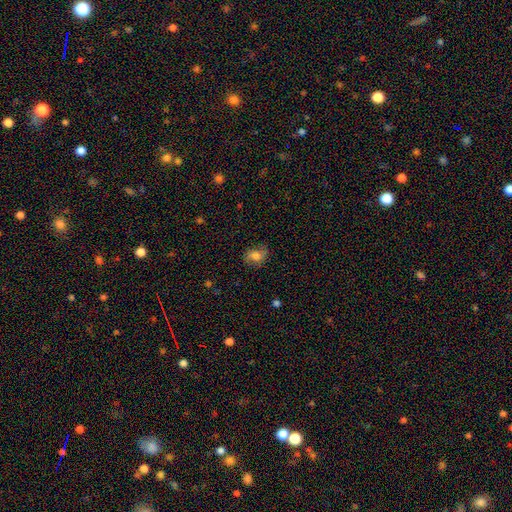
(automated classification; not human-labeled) Morphology: type=smooth (68%); roundness=in between (66%); merging=none (73%).